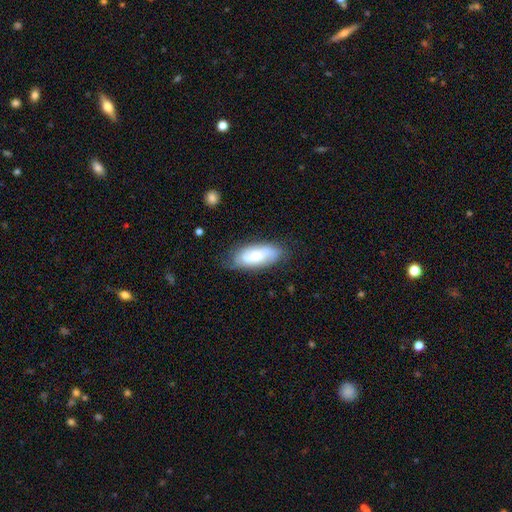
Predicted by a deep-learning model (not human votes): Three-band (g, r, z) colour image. It shows a smooth galaxy with no disk features (55%) that is in between round and cigar-shaped (85%). Merging: none (66%).